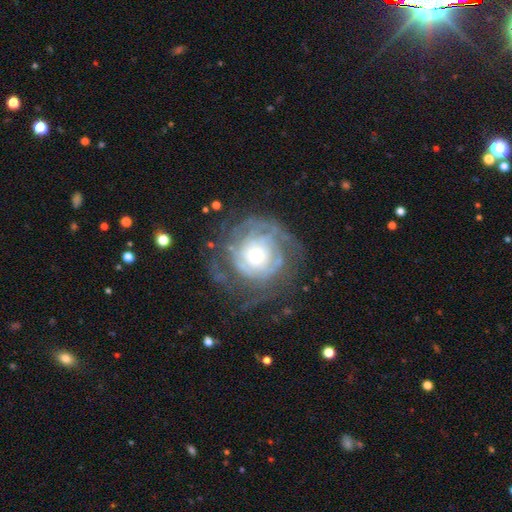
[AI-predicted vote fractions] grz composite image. It shows a featured or disk galaxy (81%) with no bar (82%), tight (73%) spiral arms (87%) and a moderate central bulge (48%). Merging: none (65%).